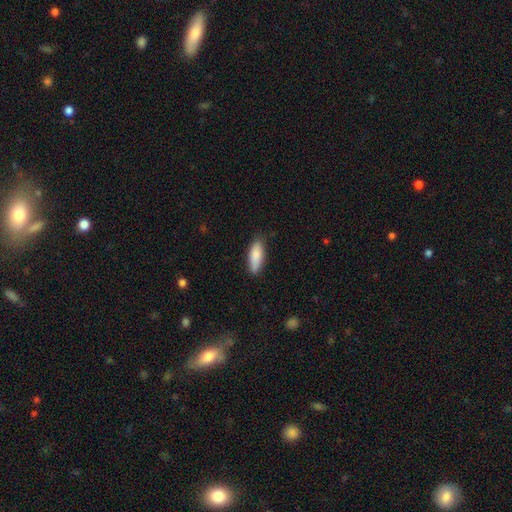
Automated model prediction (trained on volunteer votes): Smooth or featured? Predicted: smooth (p=0.85). How rounded? Predicted: in between (p=0.63). Merging? Predicted: none (p=0.81).